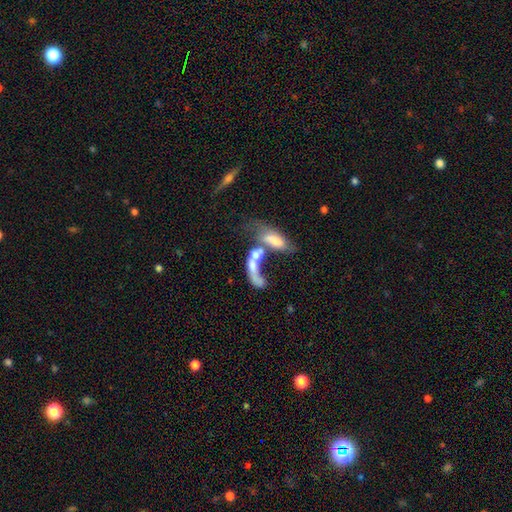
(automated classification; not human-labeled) Morphology: type=featured or disk (46%); merging=merger (70%).